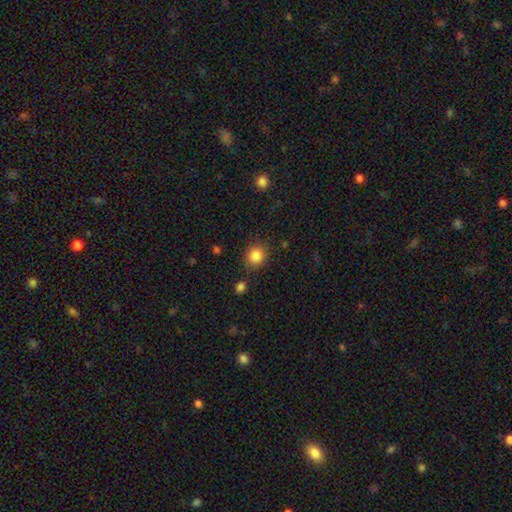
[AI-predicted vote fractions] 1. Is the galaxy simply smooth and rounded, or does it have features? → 85% smooth, 10% star or artifact, 4% featured or disk.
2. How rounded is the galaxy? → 82% round, 17% in between, 1% cigar-shaped.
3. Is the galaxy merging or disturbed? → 83% none, 10% minor disturbance, 3% major disturbance, 3% merger.